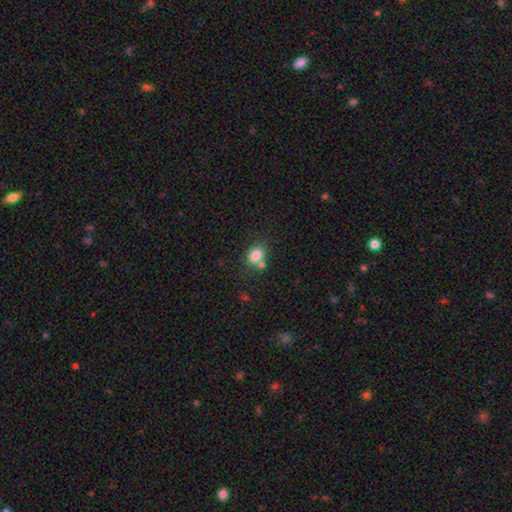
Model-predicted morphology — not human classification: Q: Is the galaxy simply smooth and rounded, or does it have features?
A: smooth — 82%.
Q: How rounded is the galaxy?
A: round — 52%.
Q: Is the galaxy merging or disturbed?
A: none — 59%.